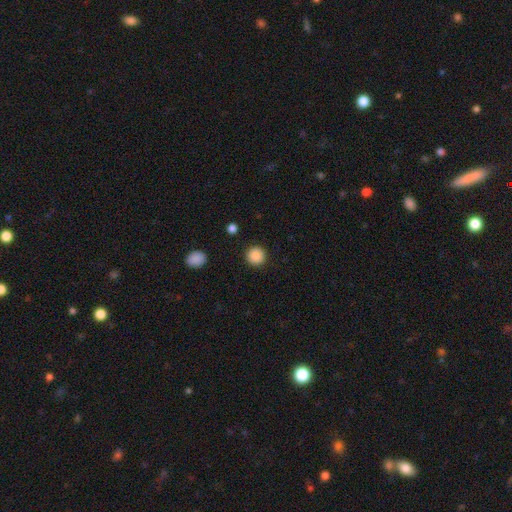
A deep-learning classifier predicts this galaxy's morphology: smooth_or_featured: smooth (p=0.88) [alt: star or artifact p=0.09]
how_rounded: round (p=0.95) [alt: in between p=0.04]
merging: none (p=0.92) [alt: minor disturbance p=0.05]